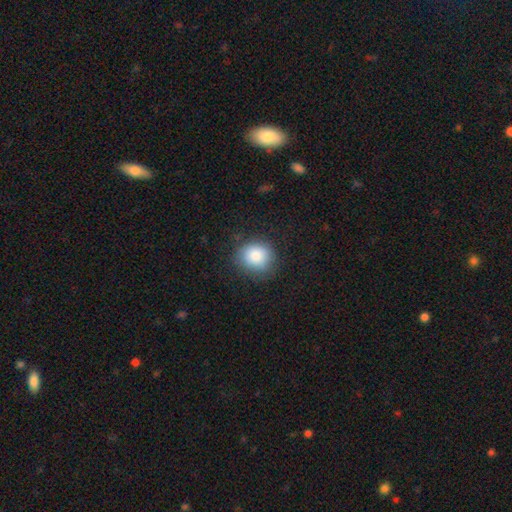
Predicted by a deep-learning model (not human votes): The model was most divided on "how rounded": round: 78%, in between: 21%, cigar-shaped: 1%. More confident: smooth or featured — smooth (85%); merging — none (80%).